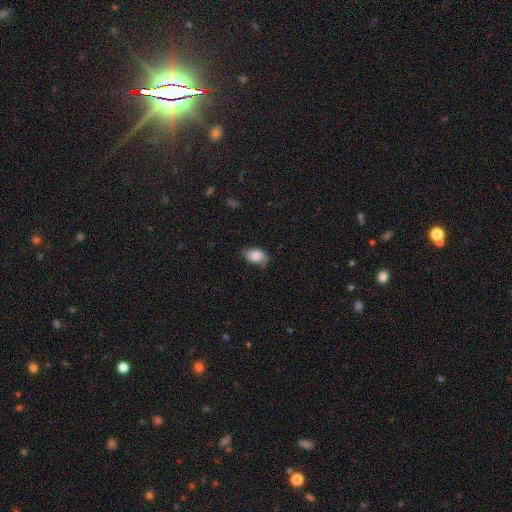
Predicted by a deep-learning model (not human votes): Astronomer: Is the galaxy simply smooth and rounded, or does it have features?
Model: smooth — 83%.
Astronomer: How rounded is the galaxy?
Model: in between — 89%.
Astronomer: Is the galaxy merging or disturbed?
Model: none — 58%.